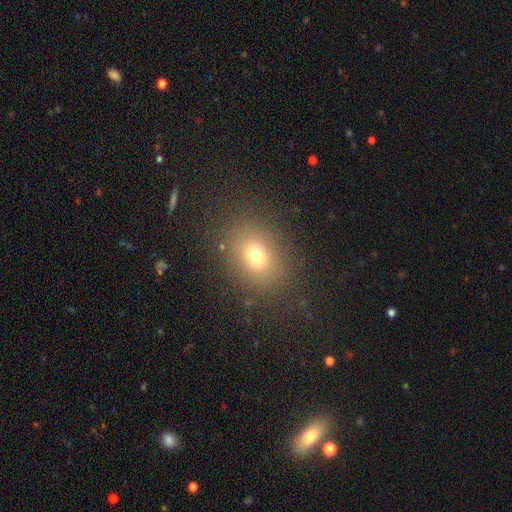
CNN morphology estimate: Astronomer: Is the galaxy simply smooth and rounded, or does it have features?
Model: smooth — 71%.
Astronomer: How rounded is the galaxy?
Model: in between — 58% (runner-up: round, 41%).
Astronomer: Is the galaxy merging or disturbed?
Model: none — 84%.